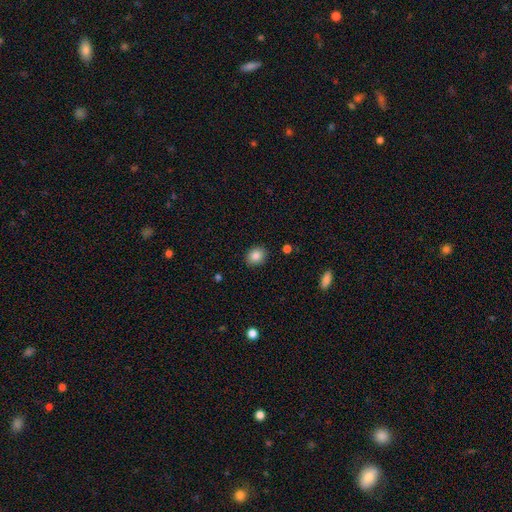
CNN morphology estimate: The model was most divided on "how rounded": round: 53%, in between: 46%, cigar-shaped: 1%. More confident: merging — none (88%); smooth or featured — smooth (86%).